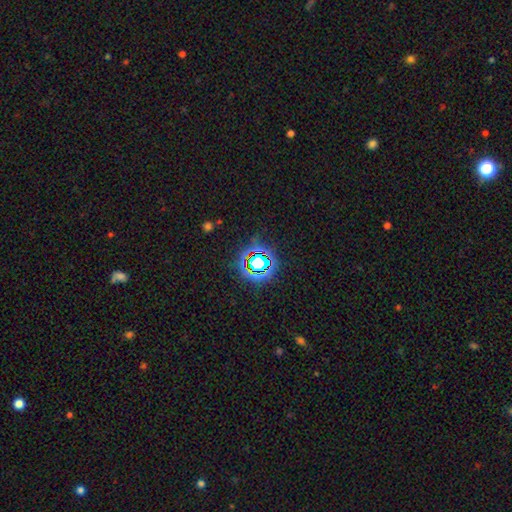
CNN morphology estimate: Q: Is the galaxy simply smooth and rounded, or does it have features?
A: star or artifact — 73%.